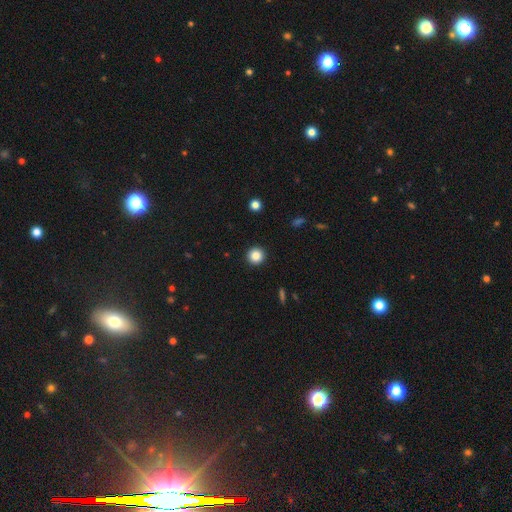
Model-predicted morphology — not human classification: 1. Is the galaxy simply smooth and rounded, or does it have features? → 85% smooth, 11% star or artifact, 4% featured or disk.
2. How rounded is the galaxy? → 95% round, 4% in between, 1% cigar-shaped.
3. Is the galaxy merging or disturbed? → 93% none, 4% minor disturbance, 2% major disturbance, 1% merger.